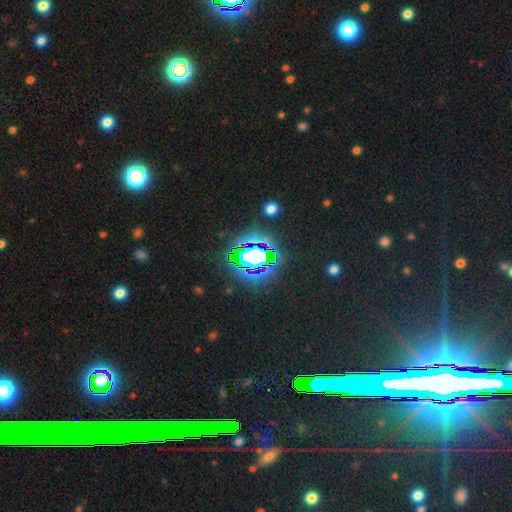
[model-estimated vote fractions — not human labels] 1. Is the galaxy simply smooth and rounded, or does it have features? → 71% star or artifact, 16% smooth, 13% featured or disk.